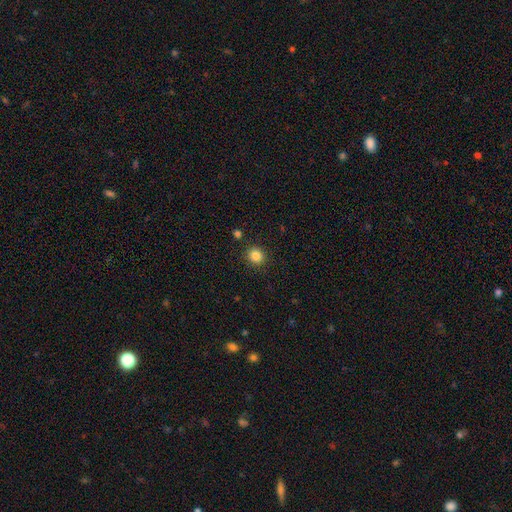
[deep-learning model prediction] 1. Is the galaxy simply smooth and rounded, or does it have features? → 84% smooth, 11% star or artifact, 4% featured or disk.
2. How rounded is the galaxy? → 87% round, 12% in between, 1% cigar-shaped.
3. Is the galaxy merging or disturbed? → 89% none, 6% minor disturbance, 2% merger, 2% major disturbance.